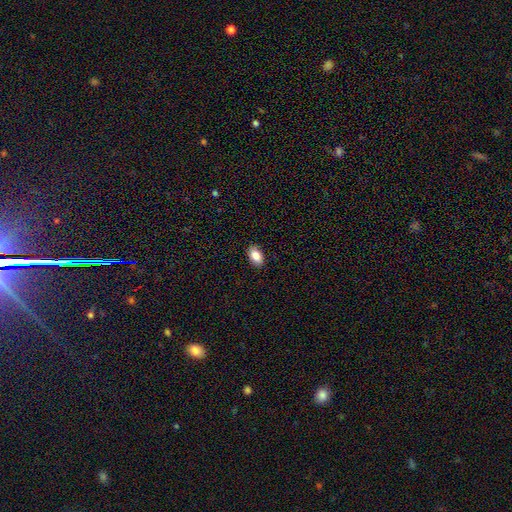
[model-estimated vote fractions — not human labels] A smooth galaxy with no disk features (84%) that is in between round and cigar-shaped (91%). Merging: none (89%).